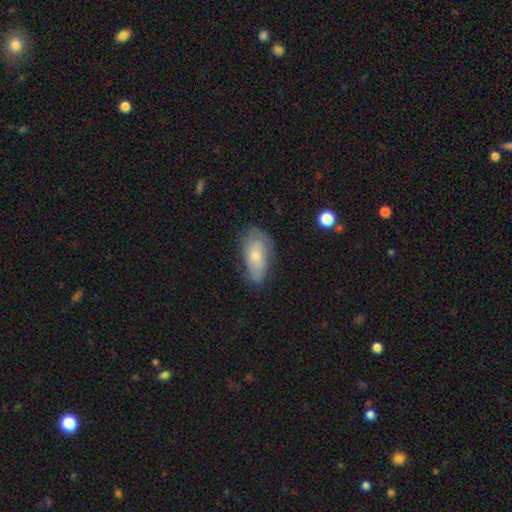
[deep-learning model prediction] Smooth or featured? Predicted: smooth (p=0.52). How rounded? Predicted: in between (p=0.89). Merging? Predicted: none (p=0.57).